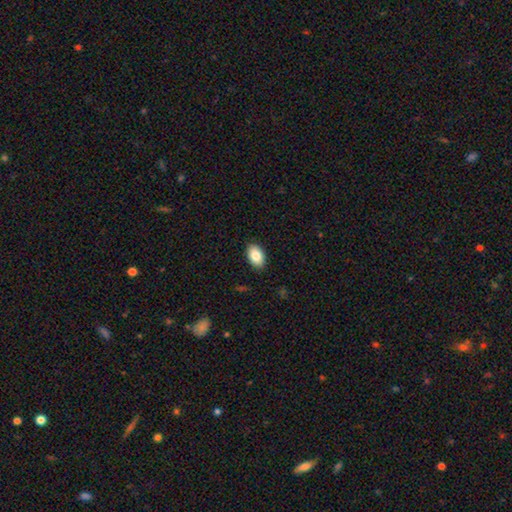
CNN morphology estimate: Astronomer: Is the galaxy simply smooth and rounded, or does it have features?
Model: smooth — 86%.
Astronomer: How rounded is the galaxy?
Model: in between — 91%.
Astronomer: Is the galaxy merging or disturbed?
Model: none — 89%.